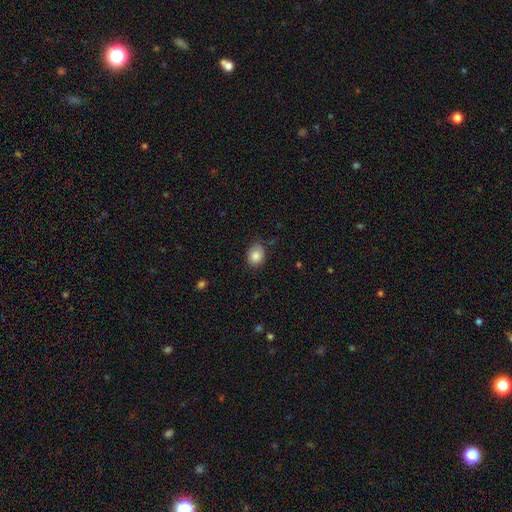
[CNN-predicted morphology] This appears to be a smooth galaxy with no disk features (85%) that is in between round and cigar-shaped (50%). Merging: none (76%).